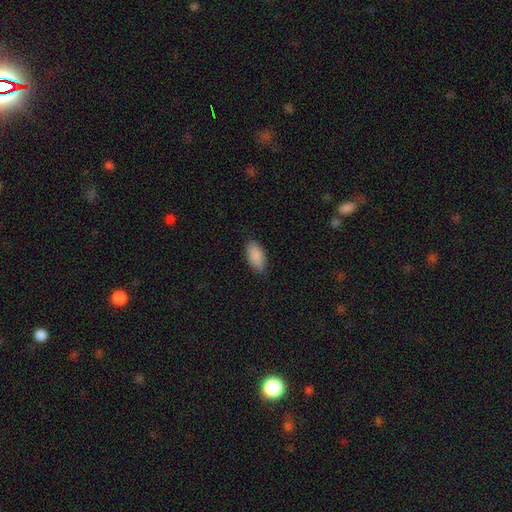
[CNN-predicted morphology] This is clearly a smooth galaxy (89%). How rounded: clearly in between (92%). Merging: clearly none (84%).